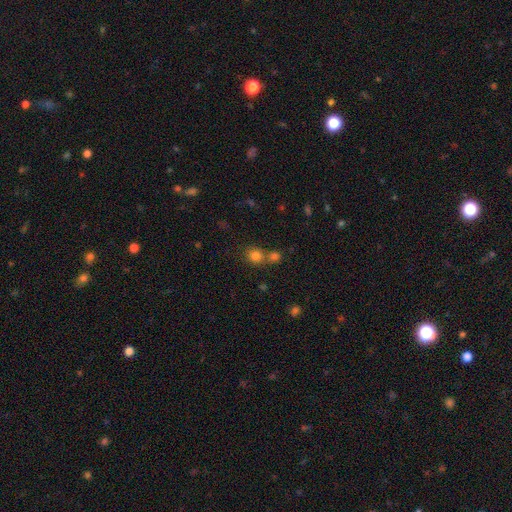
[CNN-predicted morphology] A smooth galaxy with no disk features (79%) that is round (86%).

Vote fractions:
- Smooth or featured? smooth: 79% / star or artifact: 14% / featured or disk: 6%
- How rounded? round: 86% / in between: 13% / cigar-shaped: 1%
- Merging? none: 56% / merger: 34% / minor disturbance: 7% / major disturbance: 3%